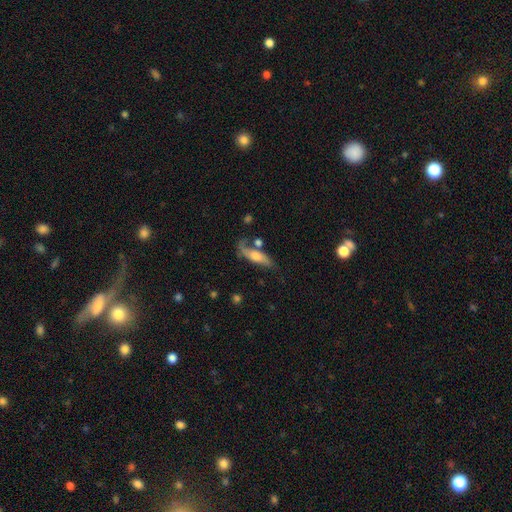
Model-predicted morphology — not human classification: This appears to be a featured or disk galaxy (49%). Merging: none (47%).